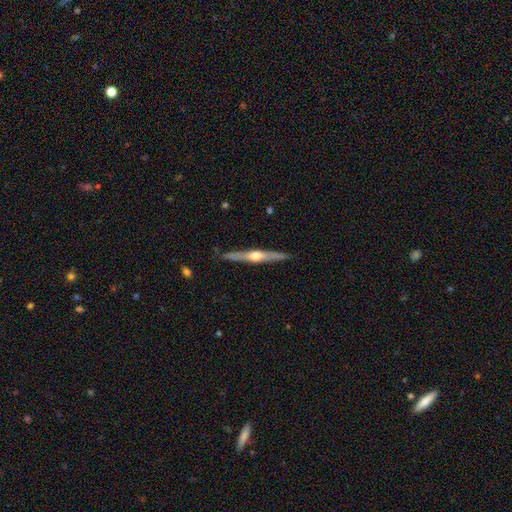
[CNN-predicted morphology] Smooth or featured: featured or disk — 73% (smooth — 22%)
Edge-on disk: yes — 98% (no — 2%)
Edge-on bulge: rounded — 92% (none — 5%)
Merging: none — 89% (minor disturbance — 8%)